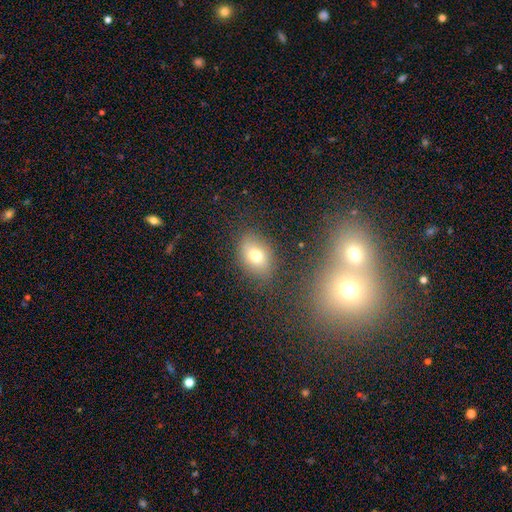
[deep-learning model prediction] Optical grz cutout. It shows a smooth galaxy with no disk features (72%) that is in between round and cigar-shaped (70%). Merging: none (81%).